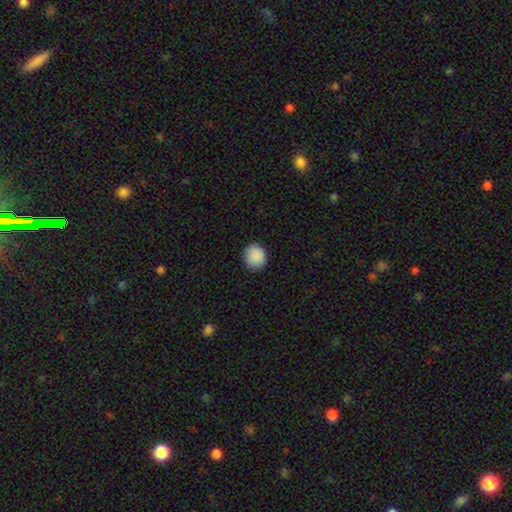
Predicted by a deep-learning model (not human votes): Smooth or featured? smooth (90%)
How rounded? round (88%)
Merging? none (91%)